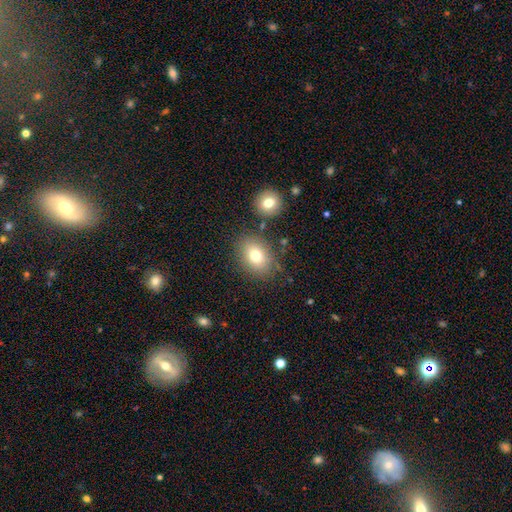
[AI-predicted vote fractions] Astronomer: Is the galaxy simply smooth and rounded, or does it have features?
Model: smooth — 76%.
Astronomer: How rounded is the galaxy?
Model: in between — 66%.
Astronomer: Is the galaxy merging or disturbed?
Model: none — 76%.